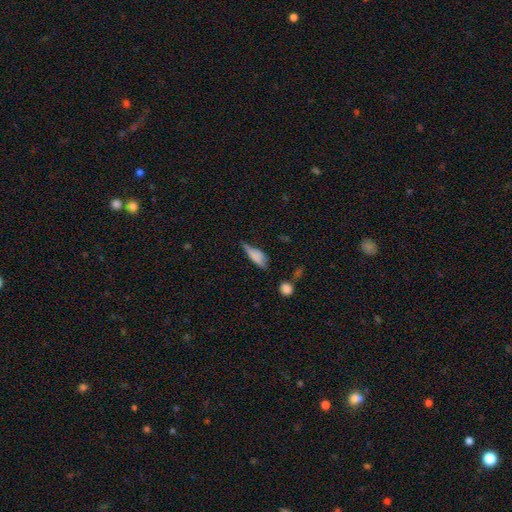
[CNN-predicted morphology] Q: Smooth or featured?
A: smooth (65%); runner-up: featured or disk (25%)
Q: How rounded?
A: in between (51%); runner-up: cigar-shaped (46%)
Q: Merging?
A: none (42%); runner-up: minor disturbance (36%)